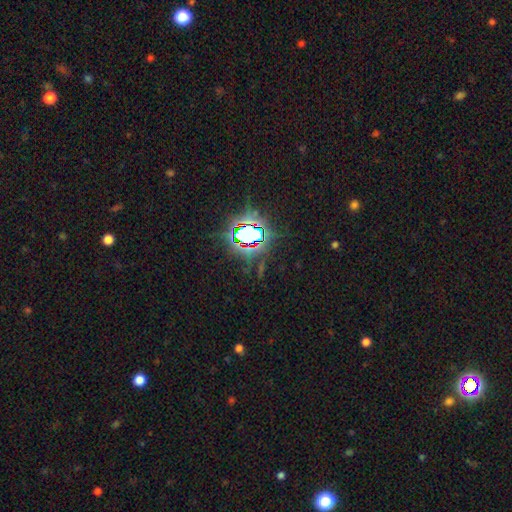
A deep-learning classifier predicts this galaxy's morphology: Smooth or featured? star or artifact (81%)